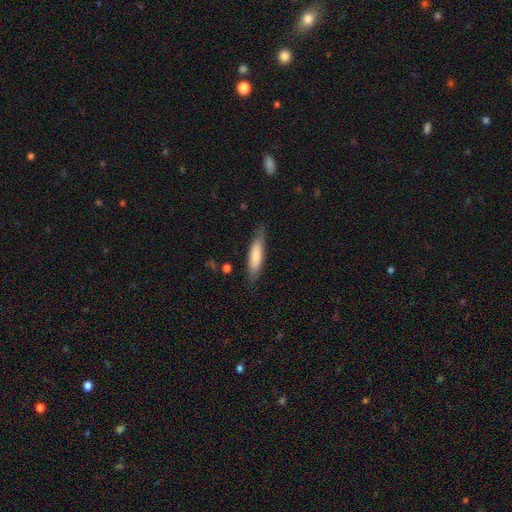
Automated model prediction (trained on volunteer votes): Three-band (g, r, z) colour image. It shows a smooth galaxy with no disk features (75%) that is cigar-shaped (74%). Merging: none (82%).